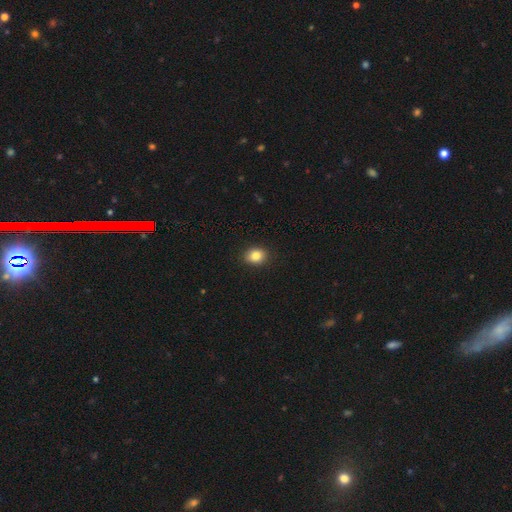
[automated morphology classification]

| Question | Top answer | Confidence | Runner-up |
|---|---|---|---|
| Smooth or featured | smooth | 84% | star or artifact (10%) |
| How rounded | in between | 51% | round (48%) |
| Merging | none | 90% | minor disturbance (8%) |